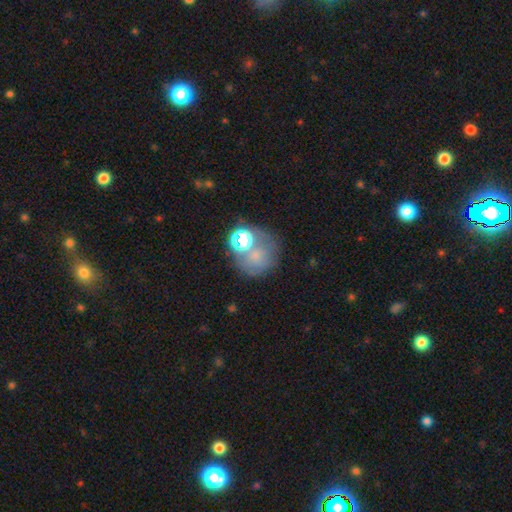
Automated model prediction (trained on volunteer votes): The model was most divided on "merging": none: 45%, merger: 23%, minor disturbance: 17%, major disturbance: 15%. More confident: how rounded — round (74%); smooth or featured — smooth (57%).